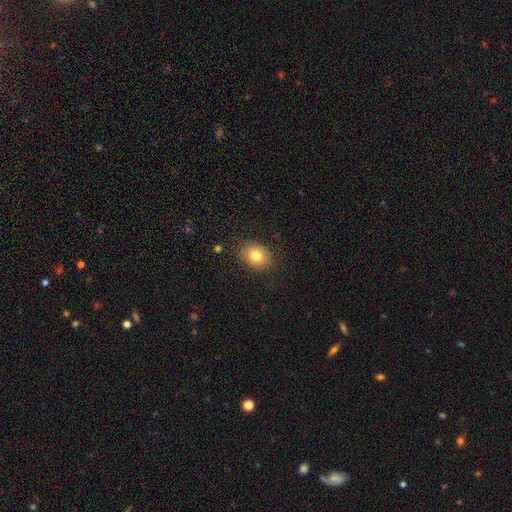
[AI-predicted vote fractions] Smooth or featured?
  - smooth: 80% *
  - featured or disk: 10%
  - star or artifact: 10%
How rounded?
  - in between: 52% *
  - round: 47%
  - cigar-shaped: 1%
Merging?
  - none: 87% *
  - minor disturbance: 10%
  - major disturbance: 3%
  - merger: 1%